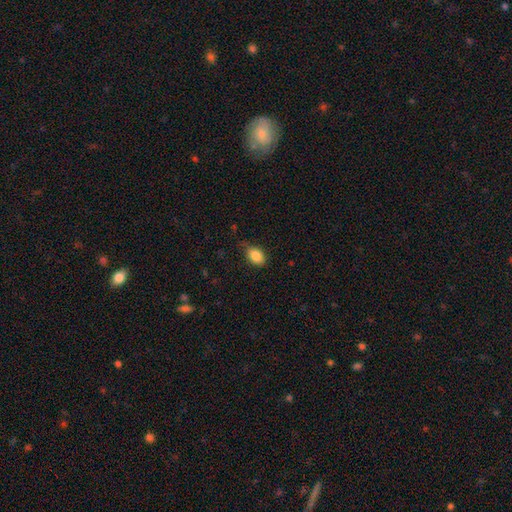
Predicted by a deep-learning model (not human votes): Morphology: type=smooth (86%); roundness=in between (78%); merging=none (67%).